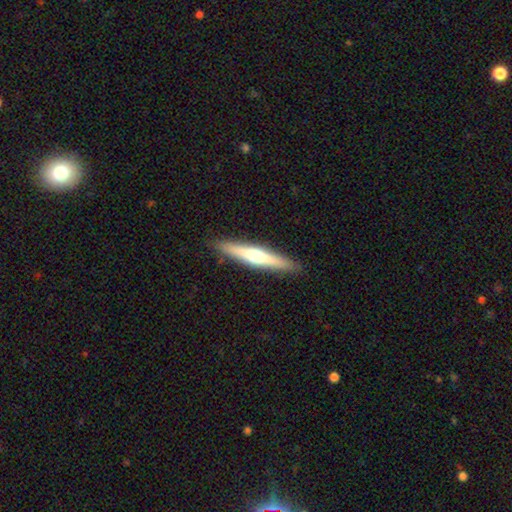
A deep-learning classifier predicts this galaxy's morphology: A featured or disk galaxy (53%) viewed edge-on (95%) with a rounded central bulge (86%).

Vote fractions:
- Smooth or featured? featured or disk: 53% / smooth: 42% / star or artifact: 5%
- Edge-on disk? yes: 95% / no: 5%
- Edge-on bulge? rounded: 86% / none: 10% / boxy: 4%
- Merging? none: 91% / minor disturbance: 7% / major disturbance: 1% / merger: 1%